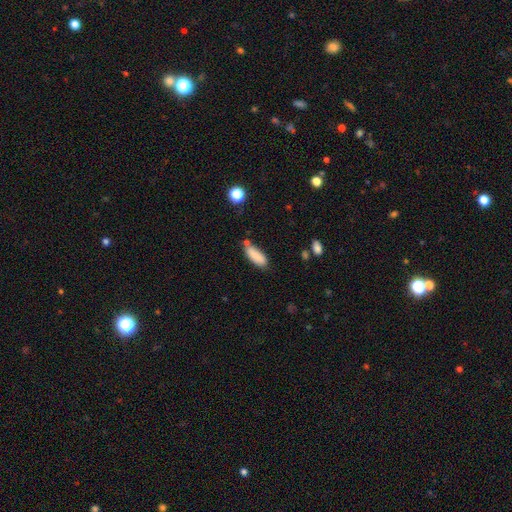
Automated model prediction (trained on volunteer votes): smooth 85%, featured or disk 8%, star or artifact 7%. Down the decision tree: how rounded — in between (72%); merging — none (68%).